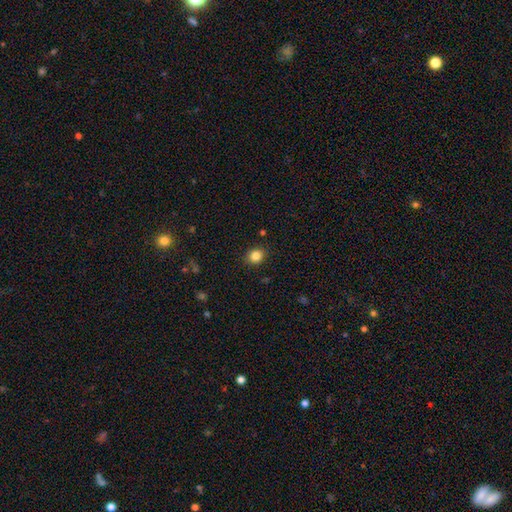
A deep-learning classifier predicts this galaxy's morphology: This appears to be a smooth galaxy with no disk features (84%) that is round (71%). Merging: none (89%).